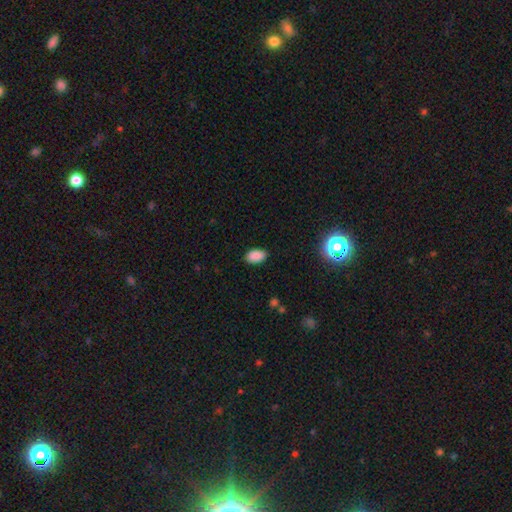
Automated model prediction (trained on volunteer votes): This is clearly a smooth galaxy (88%). How rounded: clearly in between (94%). Merging: clearly none (87%).